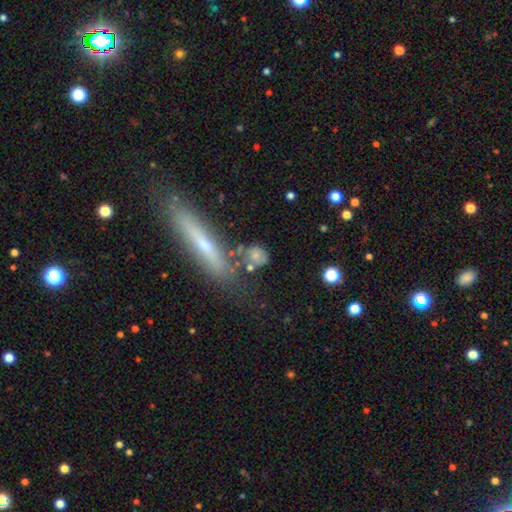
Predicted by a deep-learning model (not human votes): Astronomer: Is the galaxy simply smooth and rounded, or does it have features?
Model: smooth — 67%.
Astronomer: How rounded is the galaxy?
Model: round — 61%.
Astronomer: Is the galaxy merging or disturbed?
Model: none — 58%.